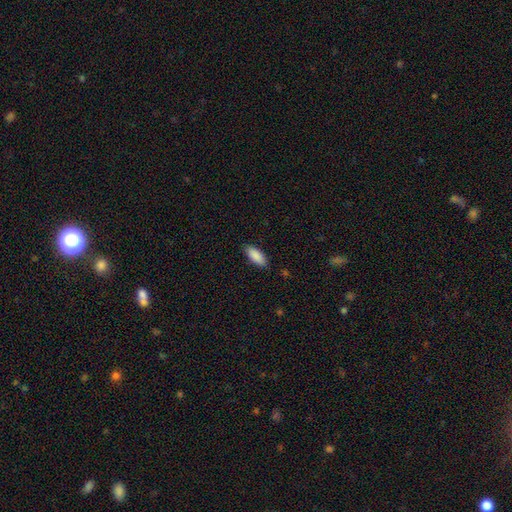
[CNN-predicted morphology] Smooth or featured: smooth — 89% (star or artifact — 6%)
How rounded: in between — 78% (cigar-shaped — 20%)
Merging: none — 86% (minor disturbance — 11%)